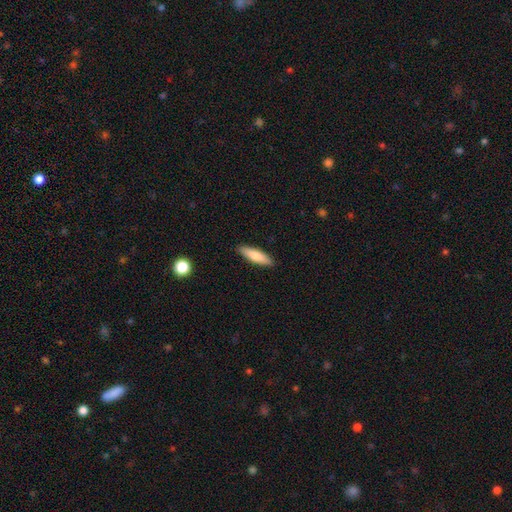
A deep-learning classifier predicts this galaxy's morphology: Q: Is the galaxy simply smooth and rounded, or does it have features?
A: smooth — 79%.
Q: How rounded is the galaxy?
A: cigar-shaped — 65%.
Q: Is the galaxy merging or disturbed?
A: none — 90%.